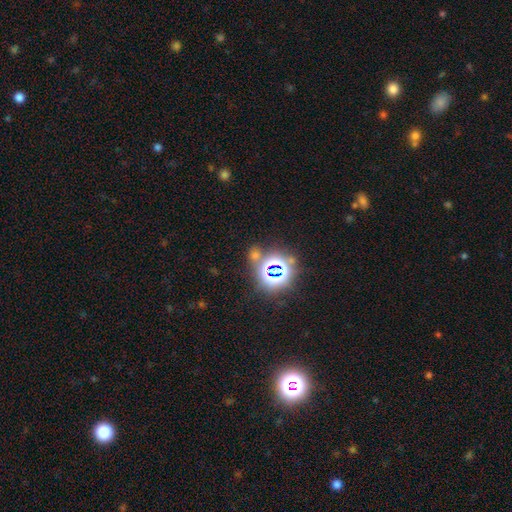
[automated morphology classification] smooth-or-featured: star or artifact: 63% | smooth: 29% | featured or disk: 8%